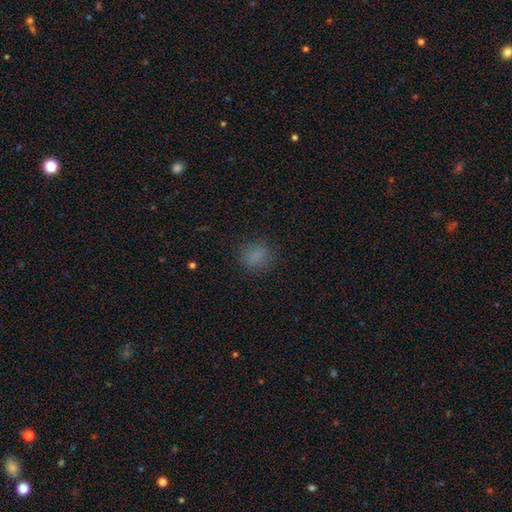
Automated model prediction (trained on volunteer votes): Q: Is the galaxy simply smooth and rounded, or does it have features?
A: smooth — 80%.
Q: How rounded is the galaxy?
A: round — 67%.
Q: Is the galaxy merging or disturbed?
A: none — 83%.